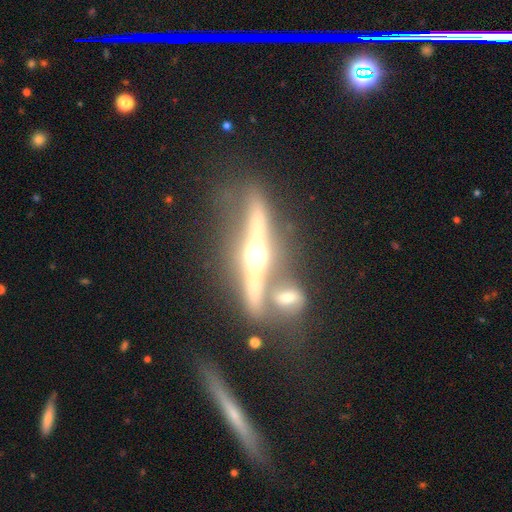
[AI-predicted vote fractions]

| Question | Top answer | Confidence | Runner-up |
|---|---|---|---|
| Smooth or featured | featured or disk | 80% | smooth (12%) |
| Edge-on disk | yes | 93% | no (7%) |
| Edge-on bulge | rounded | 95% | boxy (3%) |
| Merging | none | 51% | merger (31%) |